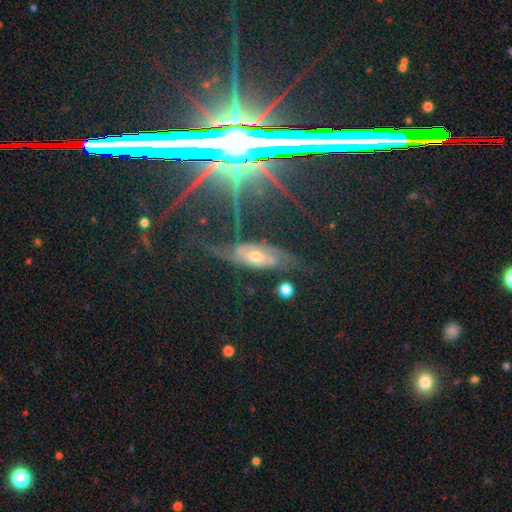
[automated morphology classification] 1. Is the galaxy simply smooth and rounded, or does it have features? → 53% featured or disk, 30% star or artifact, 17% smooth.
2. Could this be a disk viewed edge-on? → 68% no, 32% yes.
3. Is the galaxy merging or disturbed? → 62% none, 19% minor disturbance, 15% major disturbance, 4% merger.